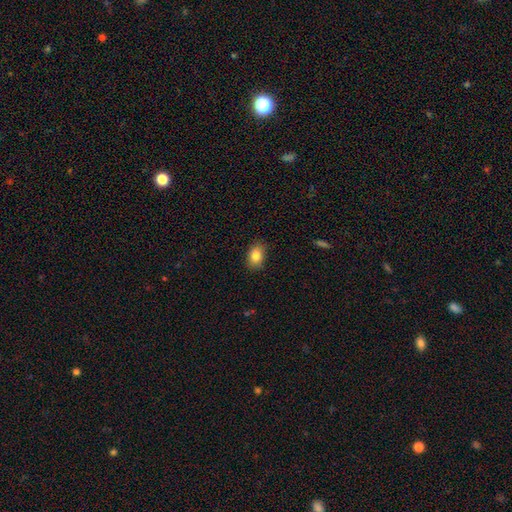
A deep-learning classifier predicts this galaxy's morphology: Overall: smooth (84%). How rounded: in between (77%). Merging: none (85%).